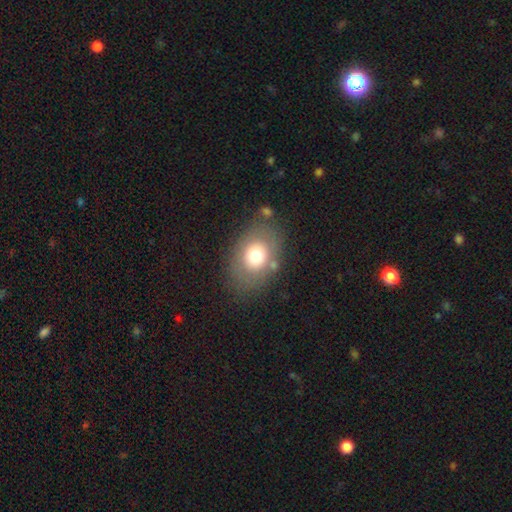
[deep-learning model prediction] Smooth or featured? Predicted: smooth (p=0.68). How rounded? Predicted: in between (p=0.72). Merging? Predicted: none (p=0.75).